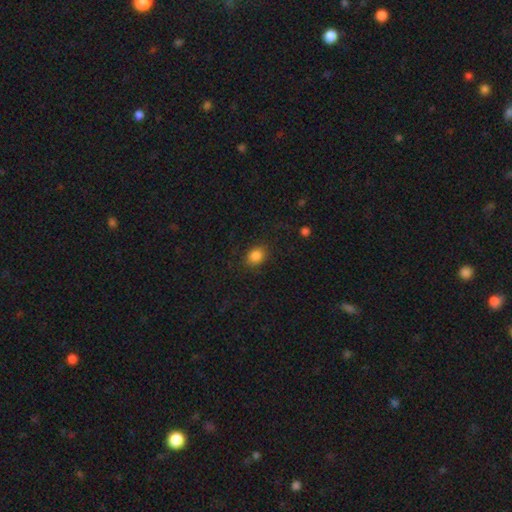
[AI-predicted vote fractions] A smooth galaxy with no disk features (84%) that is in between round and cigar-shaped (55%). Merging: none (84%).